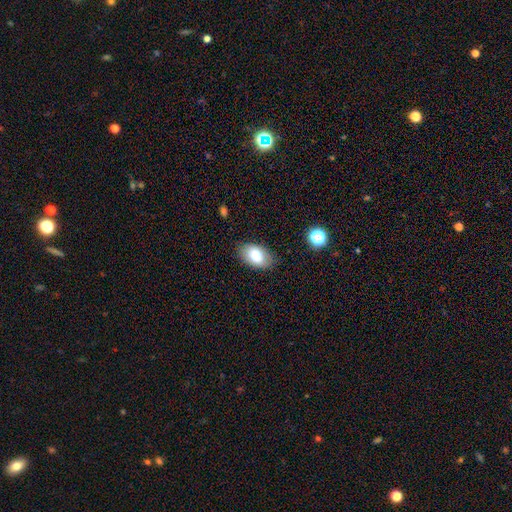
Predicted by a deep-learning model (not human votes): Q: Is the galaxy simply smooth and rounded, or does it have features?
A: smooth — 76%.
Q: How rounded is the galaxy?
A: in between — 91%.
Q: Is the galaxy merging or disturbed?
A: none — 83%.